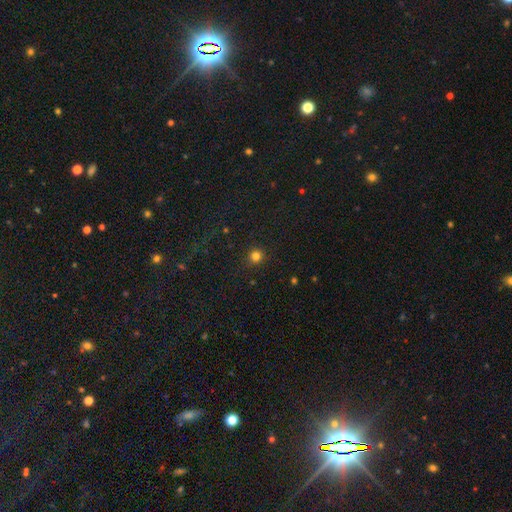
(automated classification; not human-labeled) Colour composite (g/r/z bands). It shows a smooth galaxy with no disk features (81%) that is round (94%). Merging: none (91%).